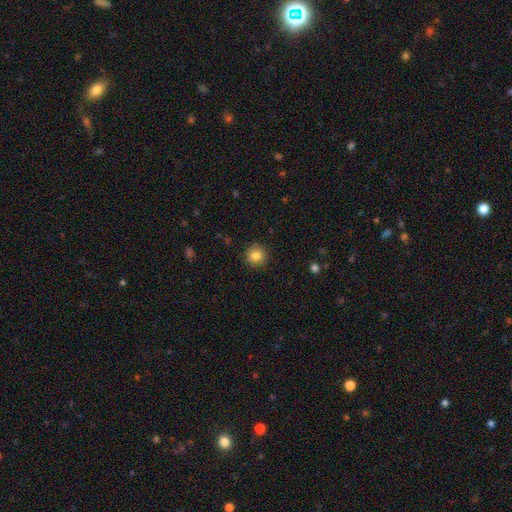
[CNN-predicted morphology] smooth 84%, star or artifact 10%, featured or disk 6%. Down the decision tree: how rounded — round (93%); merging — none (90%).